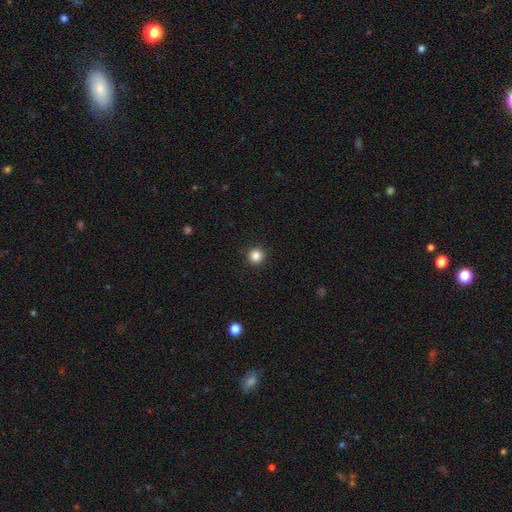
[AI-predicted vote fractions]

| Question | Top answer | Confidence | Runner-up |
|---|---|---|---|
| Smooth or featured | smooth | 85% | star or artifact (11%) |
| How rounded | round | 96% | in between (3%) |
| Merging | none | 93% | minor disturbance (4%) |